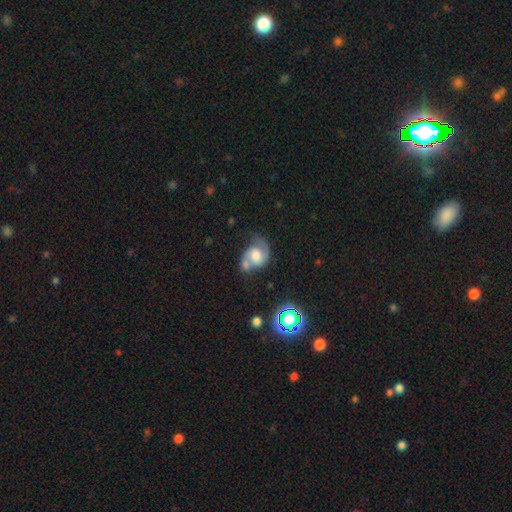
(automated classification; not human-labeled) Smooth or featured: featured or disk — 60% (smooth — 30%)
Edge-on disk: no — 97% (yes — 3%)
Bar: no — 66% (weak — 28%)
Spiral arms: yes — 85% (no — 15%)
Bulge size: large — 38% (moderate — 33%)
Merging: none — 32% (merger — 29%)